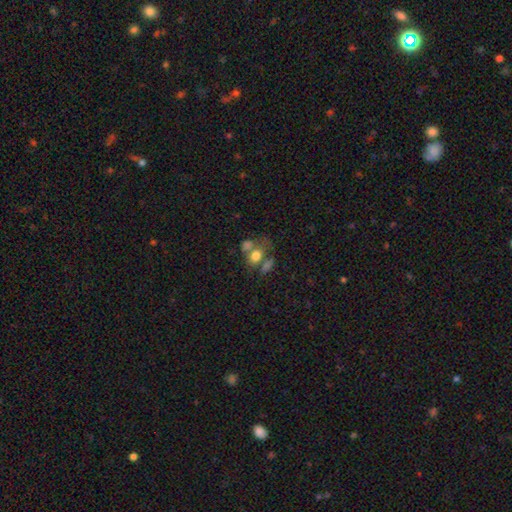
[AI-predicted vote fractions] smooth 68%, featured or disk 20%, star or artifact 12%. Down the decision tree: how rounded — in between (61%); merging — merger (50%).